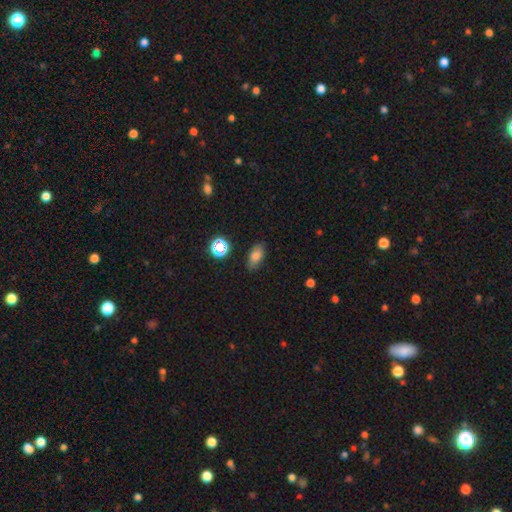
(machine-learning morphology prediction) Smooth or featured? smooth (76%)
How rounded? in between (87%)
Merging? none (83%)